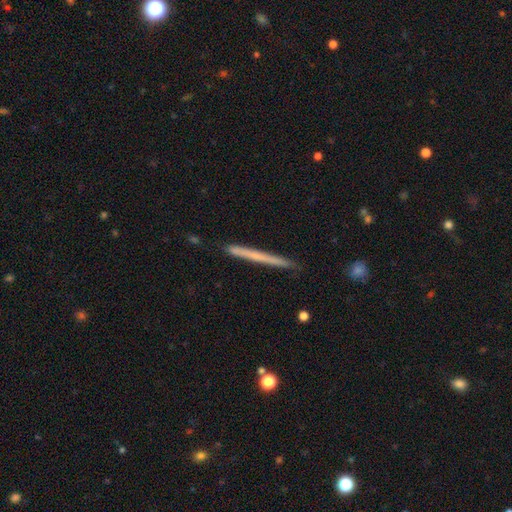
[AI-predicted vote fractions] smooth-or-featured: smooth: 49% | featured or disk: 45% | star or artifact: 6%
  merging: none: 88% | minor disturbance: 9% | merger: 1% | major disturbance: 1%